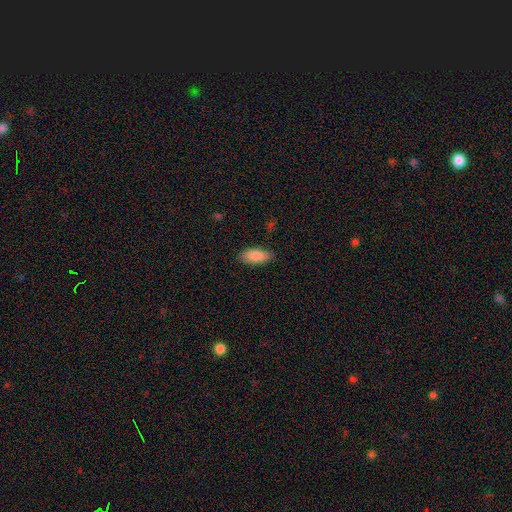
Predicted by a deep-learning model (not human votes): A smooth galaxy with no disk features (88%) that is in between round and cigar-shaped (86%).

Vote fractions:
- Smooth or featured? smooth: 88% / star or artifact: 6% / featured or disk: 6%
- How rounded? in between: 86% / cigar-shaped: 12% / round: 2%
- Merging? none: 85% / minor disturbance: 11% / major disturbance: 2% / merger: 1%